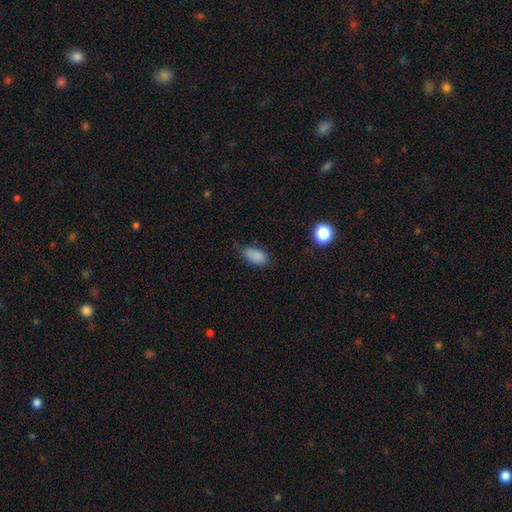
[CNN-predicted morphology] smooth 85%, star or artifact 10%, featured or disk 5%. Down the decision tree: how rounded — in between (90%); merging — none (56%).